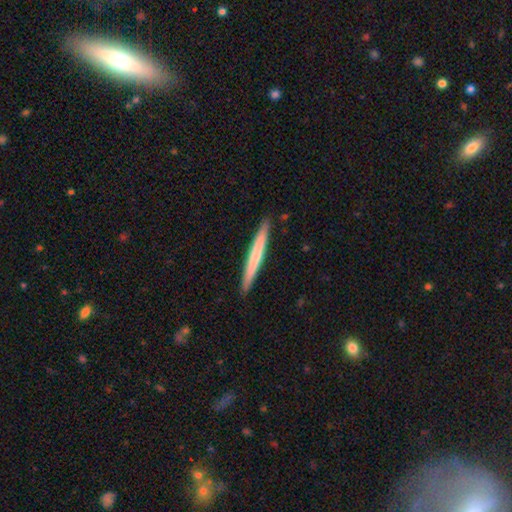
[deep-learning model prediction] Smooth or featured? smooth (59%)
How rounded? cigar-shaped (97%)
Merging? none (91%)